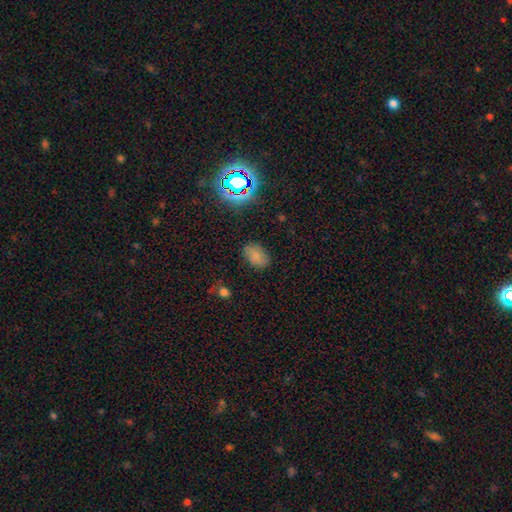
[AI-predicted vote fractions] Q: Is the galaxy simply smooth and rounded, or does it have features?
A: smooth — 78%.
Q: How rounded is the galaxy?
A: in between — 89%.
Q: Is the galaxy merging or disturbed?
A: none — 81%.